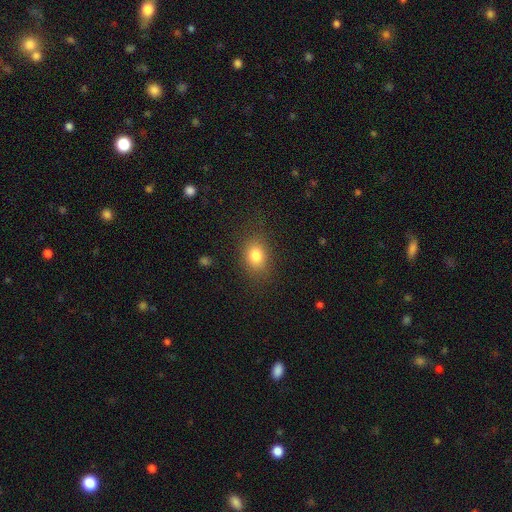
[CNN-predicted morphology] smooth 81%, star or artifact 11%, featured or disk 8%. Down the decision tree: how rounded — in between (58%); merging — none (80%).